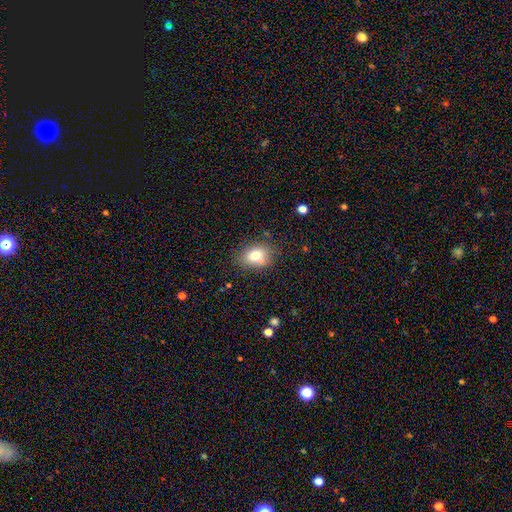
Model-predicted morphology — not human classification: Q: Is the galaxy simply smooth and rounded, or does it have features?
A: smooth — 77%.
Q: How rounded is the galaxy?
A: in between — 68%.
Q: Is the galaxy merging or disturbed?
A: none — 69%.